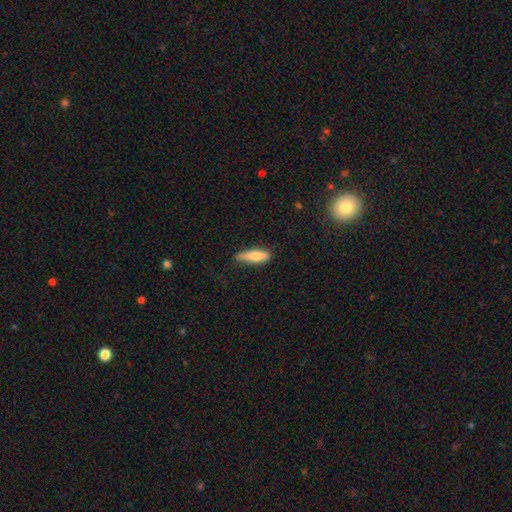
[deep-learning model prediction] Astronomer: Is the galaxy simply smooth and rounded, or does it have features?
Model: smooth — 75%.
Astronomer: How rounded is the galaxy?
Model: cigar-shaped — 55% (runner-up: in between, 43%).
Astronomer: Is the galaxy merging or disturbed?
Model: none — 67%.